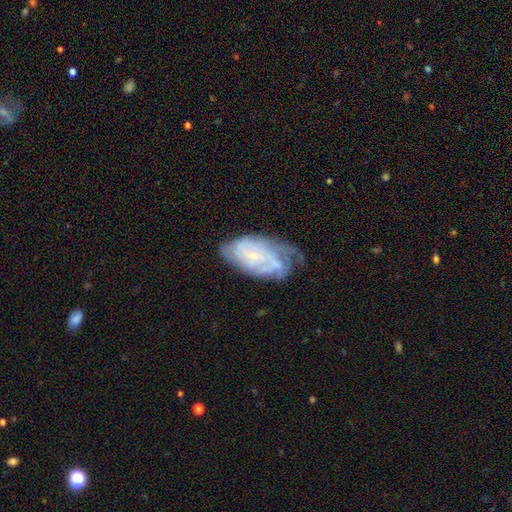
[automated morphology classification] A featured or disk galaxy (72%) with no bar (67%), tight (57%) spiral arms (83%) and a small central bulge (77%).

Vote fractions:
- Smooth or featured? featured or disk: 72% / smooth: 20% / star or artifact: 8%
- Edge-on disk? no: 95% / yes: 5%
- Bar? no: 67% / weak: 27% / strong: 6%
- Spiral arms? yes: 83% / no: 17%
- Spiral winding? tight: 57% / medium: 32% / loose: 11%
- Spiral arm count? can't tell: 50% / 2: 16% / 3: 14% / 4: 10% / 1: 5% / more than 4: 5%
- Bulge size? small: 77% / moderate: 14% / none: 7% / large: 1% / dominant: 1%
- Merging? none: 44% / minor disturbance: 32% / major disturbance: 20% / merger: 4%